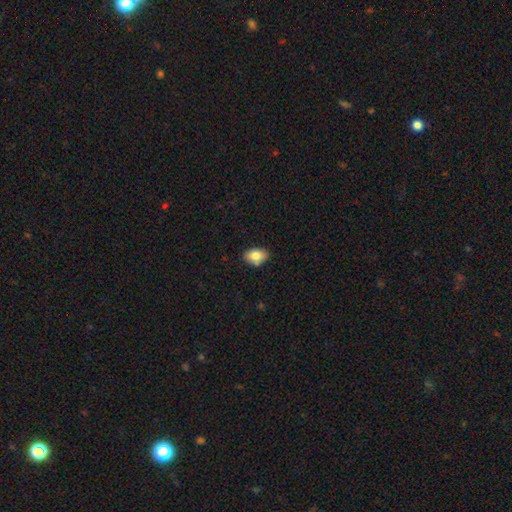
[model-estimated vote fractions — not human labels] Smooth or featured: smooth — 83% (featured or disk — 9%)
How rounded: in between — 87% (round — 12%)
Merging: none — 78% (minor disturbance — 15%)